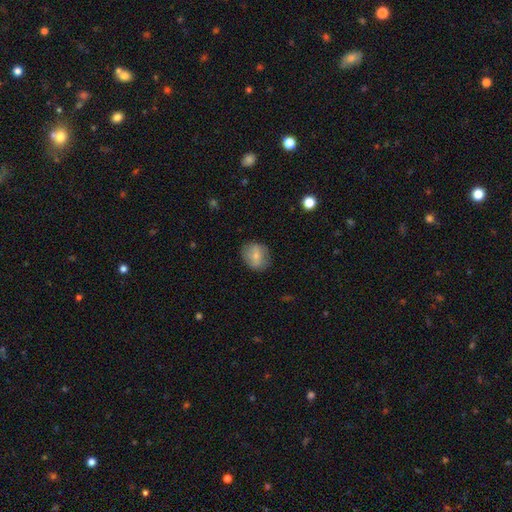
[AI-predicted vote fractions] smooth_or_featured: smooth (p=0.72) [alt: featured or disk p=0.20]
how_rounded: round (p=0.67) [alt: in between p=0.32]
merging: none (p=0.80) [alt: minor disturbance p=0.15]